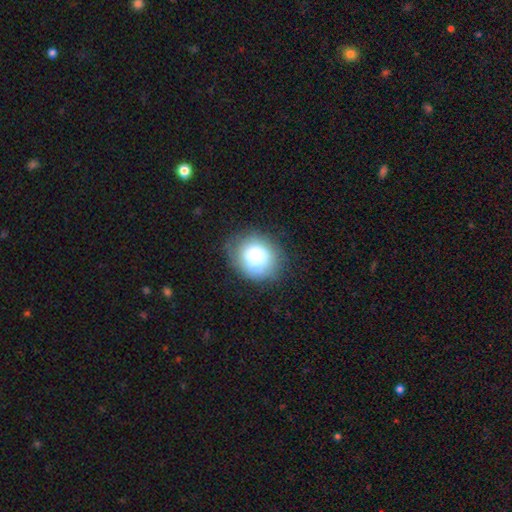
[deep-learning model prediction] Morphology: type=smooth (77%); roundness=round (71%); merging=none (70%).